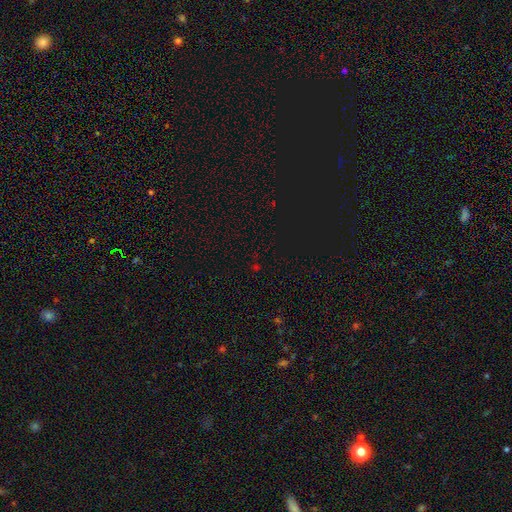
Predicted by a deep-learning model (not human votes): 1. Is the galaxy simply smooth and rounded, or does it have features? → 67% star or artifact, 26% smooth, 6% featured or disk.